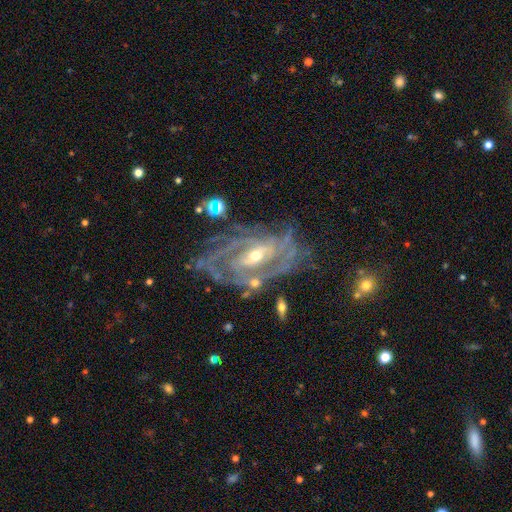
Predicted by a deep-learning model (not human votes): Morphology: type=featured or disk (90%); edge-on=no (95%); bar=weak (41%); spiral arms=yes (95%); winding=tight (66%); arm count=can't tell (28%); bulge=small (48%, tied with moderate); merging=none (63%).